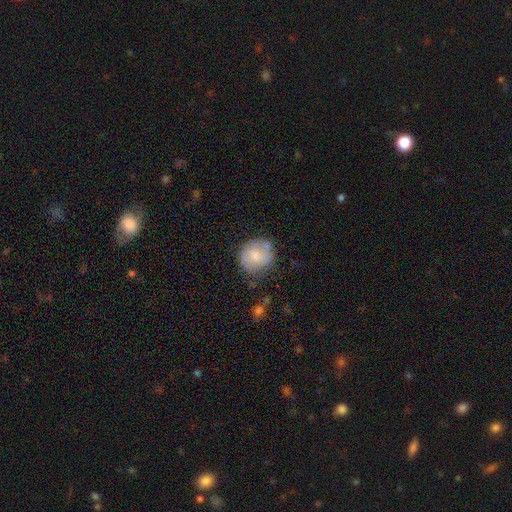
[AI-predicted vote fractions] The model was most divided on "merging": none: 60%, minor disturbance: 25%, major disturbance: 7%, merger: 7%. More confident: how rounded — round (79%); smooth or featured — smooth (71%).